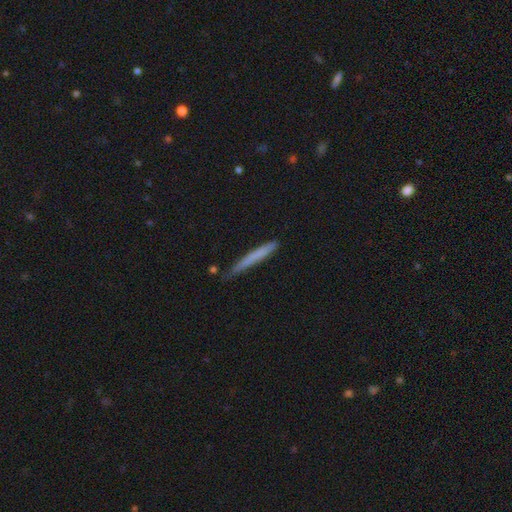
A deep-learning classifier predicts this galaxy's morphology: Smooth or featured? smooth (67%)
How rounded? cigar-shaped (97%)
Merging? none (76%)